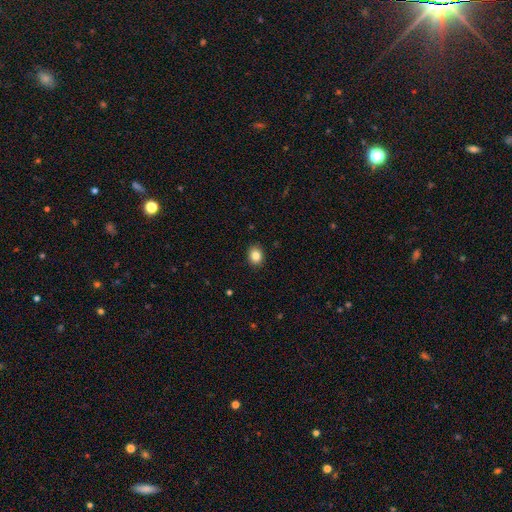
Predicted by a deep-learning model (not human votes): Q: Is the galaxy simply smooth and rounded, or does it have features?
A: smooth — 85%.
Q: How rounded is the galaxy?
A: round — 53%.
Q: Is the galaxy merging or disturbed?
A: none — 90%.